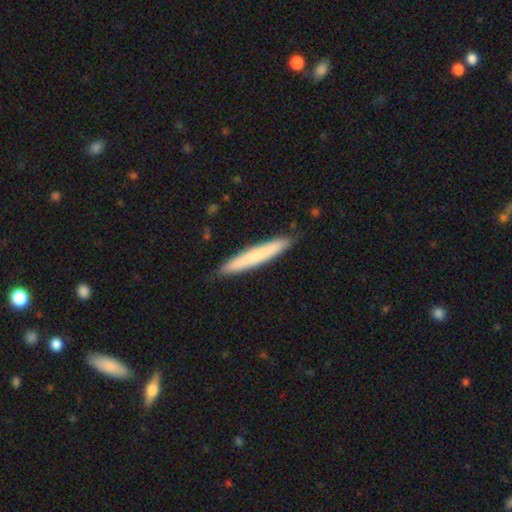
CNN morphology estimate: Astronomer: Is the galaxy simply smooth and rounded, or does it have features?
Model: smooth — 72%.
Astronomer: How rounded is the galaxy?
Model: cigar-shaped — 95%.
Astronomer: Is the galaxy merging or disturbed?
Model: none — 89%.